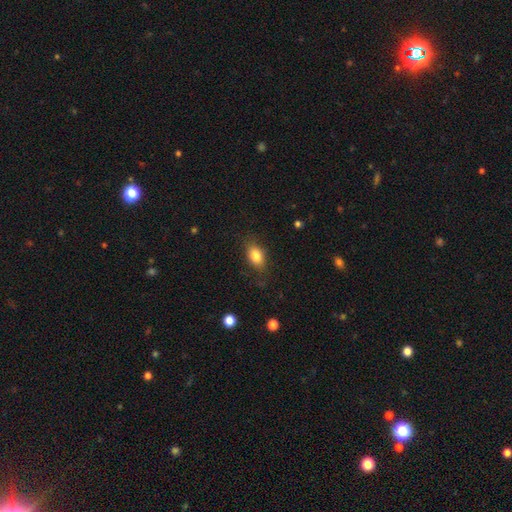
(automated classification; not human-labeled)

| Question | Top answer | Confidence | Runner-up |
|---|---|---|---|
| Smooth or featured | smooth | 83% | featured or disk (9%) |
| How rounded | in between | 83% | round (14%) |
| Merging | none | 79% | minor disturbance (15%) |